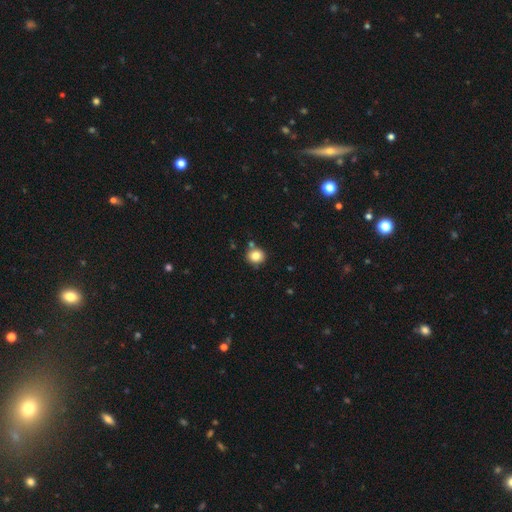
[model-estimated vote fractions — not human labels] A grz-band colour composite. It shows a smooth galaxy with no disk features (82%) that is round (85%). Merging: none (77%).